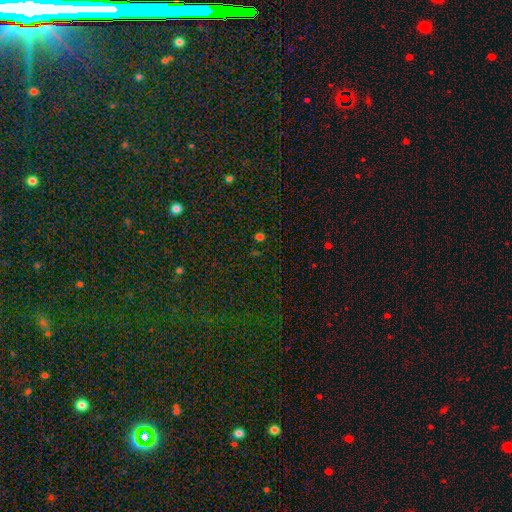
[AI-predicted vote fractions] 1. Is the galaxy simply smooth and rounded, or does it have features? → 80% star or artifact, 13% smooth, 7% featured or disk.